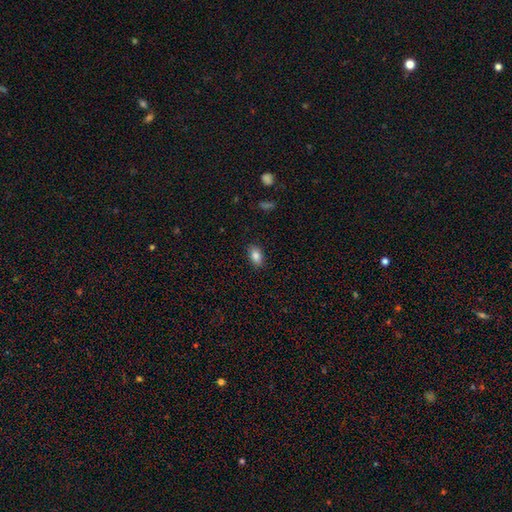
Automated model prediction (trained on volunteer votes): Smooth or featured? Predicted: smooth (p=0.85). How rounded? Predicted: in between (p=0.89). Merging? Predicted: none (p=0.87).